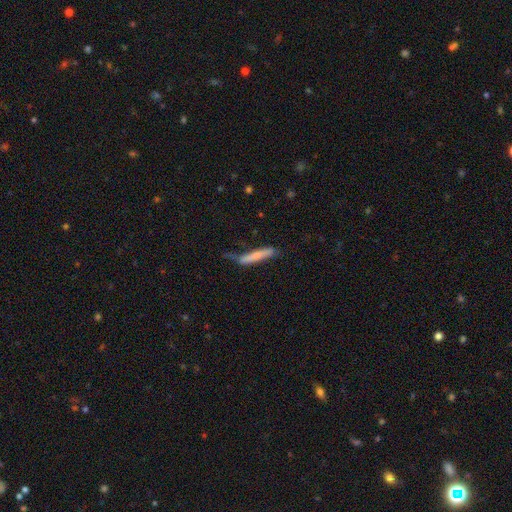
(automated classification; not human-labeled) Smooth or featured? smooth (66%)
How rounded? cigar-shaped (93%)
Merging? none (54%)